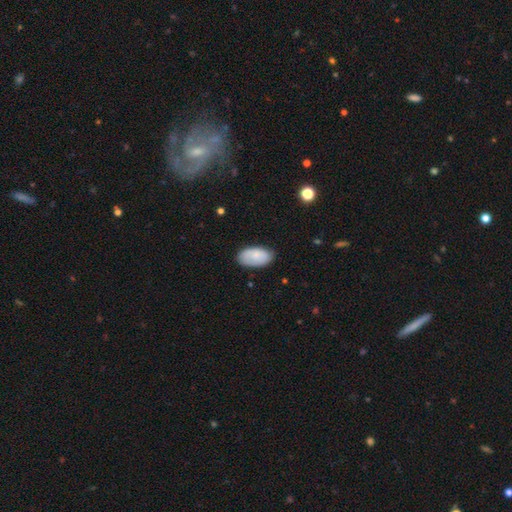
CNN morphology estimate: Overall: smooth (82%). How rounded: in between (95%). Merging: none (78%).